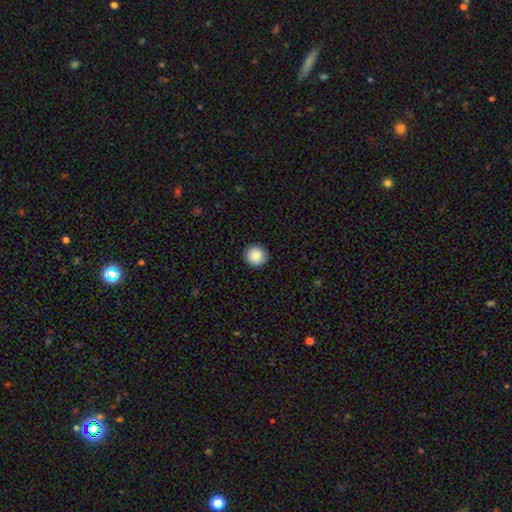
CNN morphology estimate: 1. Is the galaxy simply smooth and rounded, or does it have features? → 87% smooth, 8% star or artifact, 5% featured or disk.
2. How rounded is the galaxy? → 94% round, 5% in between, 1% cigar-shaped.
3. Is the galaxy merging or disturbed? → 93% none, 5% minor disturbance, 2% major disturbance, 1% merger.